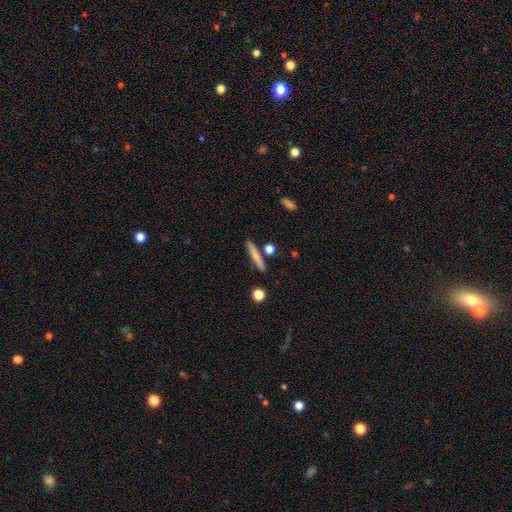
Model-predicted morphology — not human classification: The model was most divided on "smooth or featured": smooth: 68%, featured or disk: 25%, star or artifact: 7%. More confident: how rounded — cigar-shaped (90%); merging — none (84%).